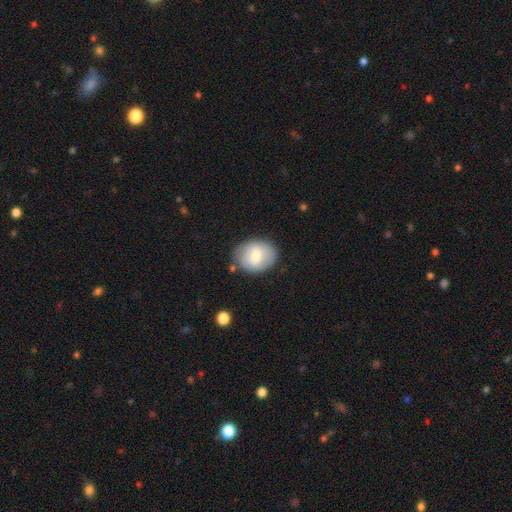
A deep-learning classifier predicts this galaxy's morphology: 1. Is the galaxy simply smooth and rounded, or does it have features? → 60% smooth, 33% featured or disk, 7% star or artifact.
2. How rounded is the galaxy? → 52% in between, 47% round, 1% cigar-shaped.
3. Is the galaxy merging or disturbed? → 75% none, 17% minor disturbance, 4% major disturbance, 3% merger.